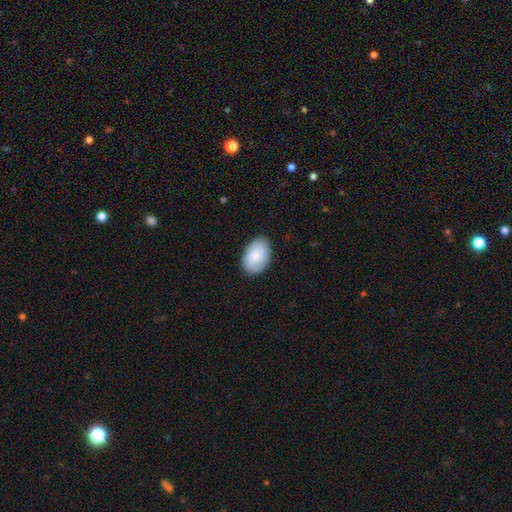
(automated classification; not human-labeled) Morphology: type=smooth (82%); roundness=in between (88%); merging=none (84%).